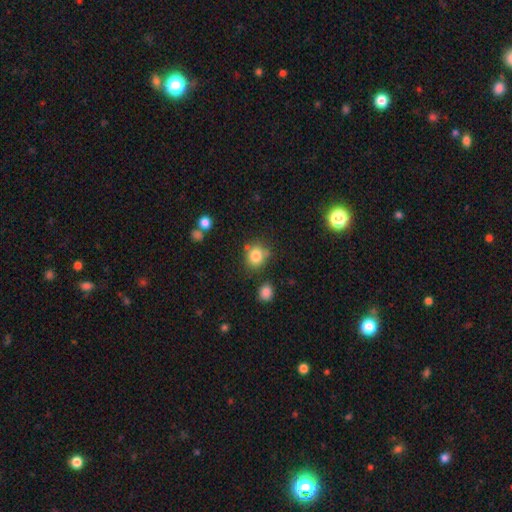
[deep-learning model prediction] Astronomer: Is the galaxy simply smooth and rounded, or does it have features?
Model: smooth — 82%.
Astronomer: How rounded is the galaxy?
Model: round — 79%.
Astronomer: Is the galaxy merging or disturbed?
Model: none — 71%.